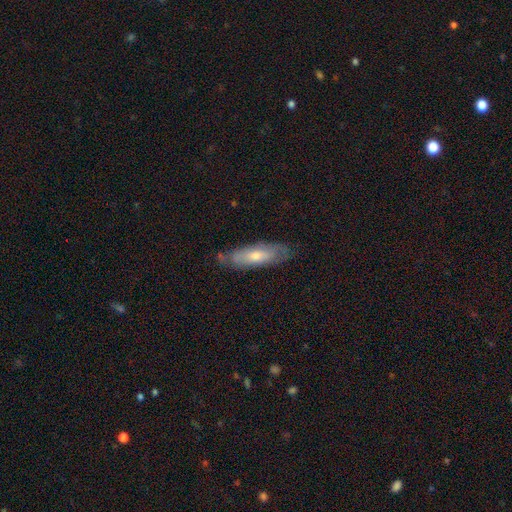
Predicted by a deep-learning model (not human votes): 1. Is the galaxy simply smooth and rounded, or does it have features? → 53% smooth, 40% featured or disk, 7% star or artifact.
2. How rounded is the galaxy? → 53% cigar-shaped, 45% in between, 2% round.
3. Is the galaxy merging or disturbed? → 73% none, 20% minor disturbance, 4% major disturbance, 2% merger.